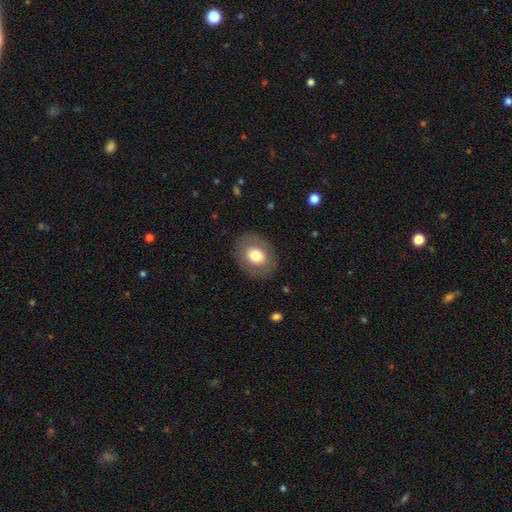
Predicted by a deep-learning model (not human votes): Smooth or featured? Predicted: smooth (p=0.70). How rounded? Predicted: in between (p=0.55). Merging? Predicted: none (p=0.85).